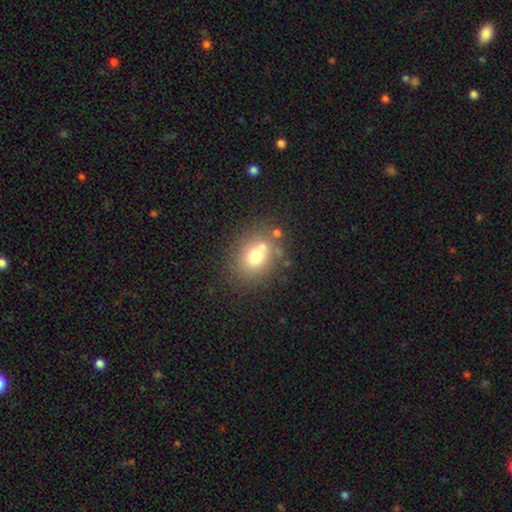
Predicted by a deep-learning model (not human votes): Morphology: type=smooth (69%); roundness=round (54%); merging=none (63%).